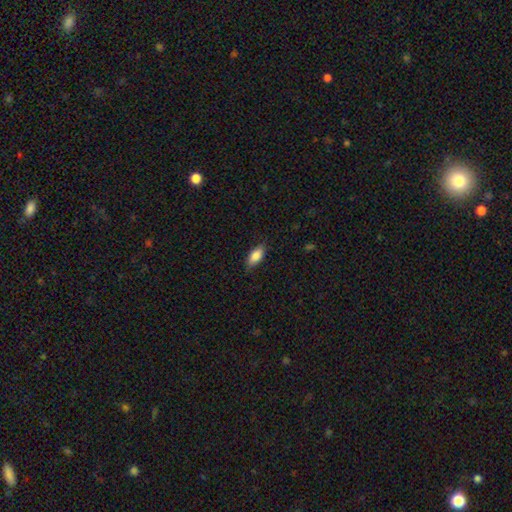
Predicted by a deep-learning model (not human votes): Smooth or featured? smooth (85%)
How rounded? in between (85%)
Merging? none (82%)